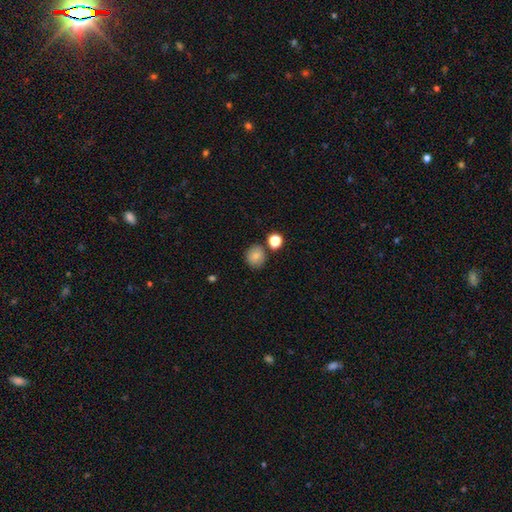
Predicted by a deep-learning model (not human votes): This appears to be a smooth galaxy with no disk features (80%) that is round (84%). Merging: none (79%).